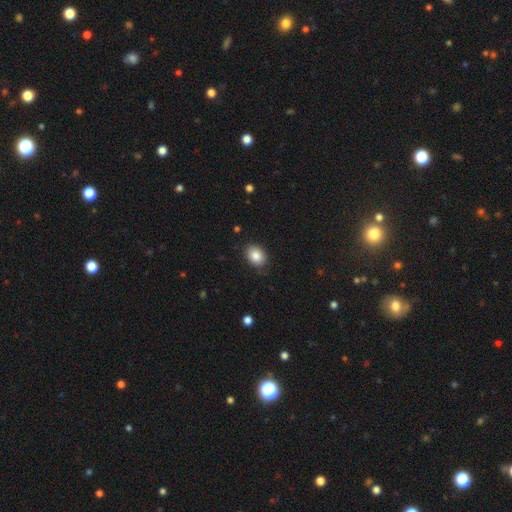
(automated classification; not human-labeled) Smooth or featured: smooth — 86% (star or artifact — 8%)
How rounded: in between — 66% (round — 33%)
Merging: none — 82% (minor disturbance — 14%)